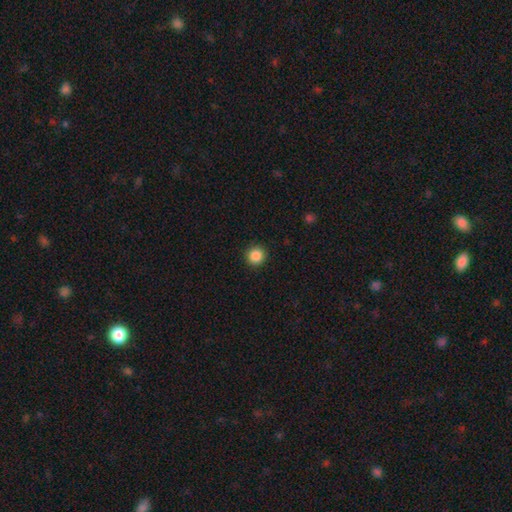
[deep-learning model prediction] smooth_or_featured: smooth (p=0.87) [alt: star or artifact p=0.10]
how_rounded: round (p=0.95) [alt: in between p=0.04]
merging: none (p=0.92) [alt: minor disturbance p=0.05]